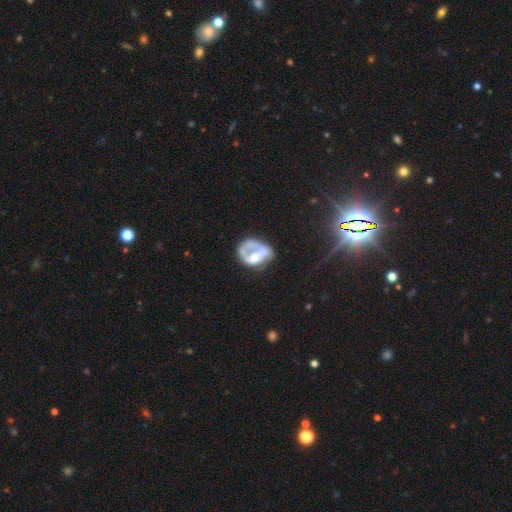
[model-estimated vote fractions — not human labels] featured or disk 55%, smooth 36%, star or artifact 8%. Down the decision tree: edge-on disk — no (97%); bar — no (71%); spiral arms — no (64%); bulge size — moderate (43%); merging — major disturbance (39%).